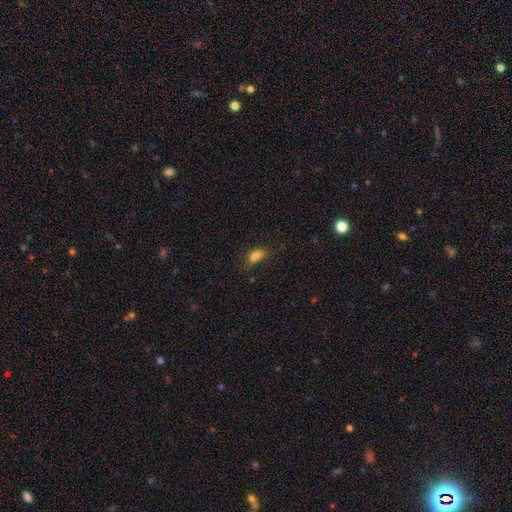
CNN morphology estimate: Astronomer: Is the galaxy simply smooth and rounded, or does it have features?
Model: smooth — 76%.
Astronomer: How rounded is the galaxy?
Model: in between — 82%.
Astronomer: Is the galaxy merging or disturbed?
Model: none — 44% (runner-up: minor disturbance, 23%).